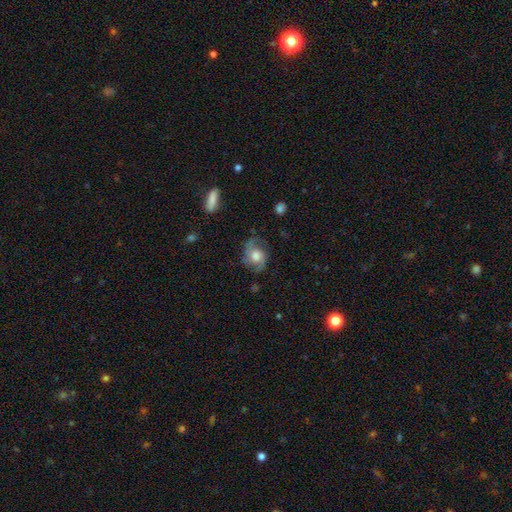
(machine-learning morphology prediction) The model was most divided on "bulge size": moderate: 42%, large: 41%, small: 8%, none: 4%, dominant: 4%. Remaining: edge-on disk — no (97%); spiral arms — yes (91%); spiral arm count — 2 (82%); bar — no (69%); smooth or featured — featured or disk (69%); merging — none (68%); spiral winding — medium (48%).